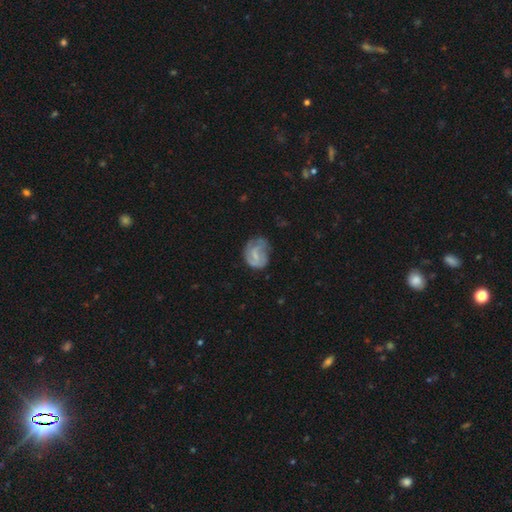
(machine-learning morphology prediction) smooth-or-featured: featured or disk: 56% | smooth: 37% | star or artifact: 7%
  disk-edge-on: no: 98% | yes: 2%
    bar: weak: 50% | no: 36% | strong: 14%
    has-spiral-arms: yes: 74% | no: 26%
    bulge-size: small: 46% | none: 30% | moderate: 21% | large: 2% | dominant: 1%
  merging: none: 44% | minor disturbance: 31% | major disturbance: 23% | merger: 2%